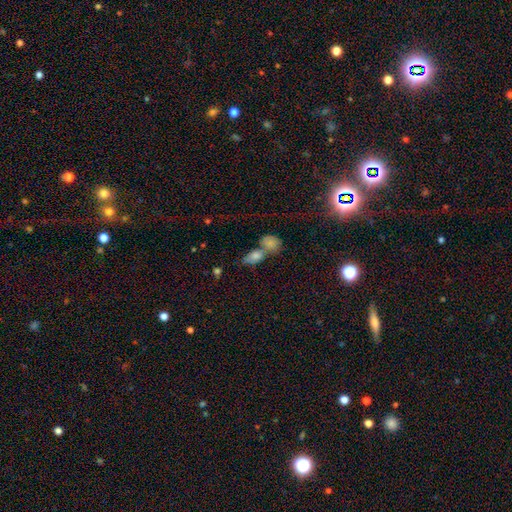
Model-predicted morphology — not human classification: This appears to be a smooth galaxy with no disk features (63%) that is in between round and cigar-shaped (76%). Merging: merger (44%).